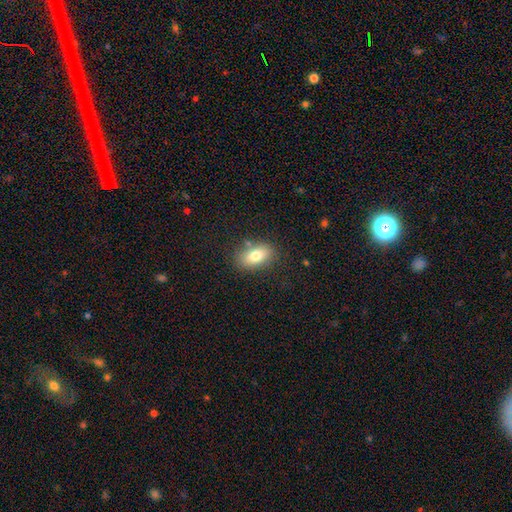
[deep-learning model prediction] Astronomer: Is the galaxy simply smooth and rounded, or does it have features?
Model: smooth — 78%.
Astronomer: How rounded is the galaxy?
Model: in between — 88%.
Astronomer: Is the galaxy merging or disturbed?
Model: none — 81%.